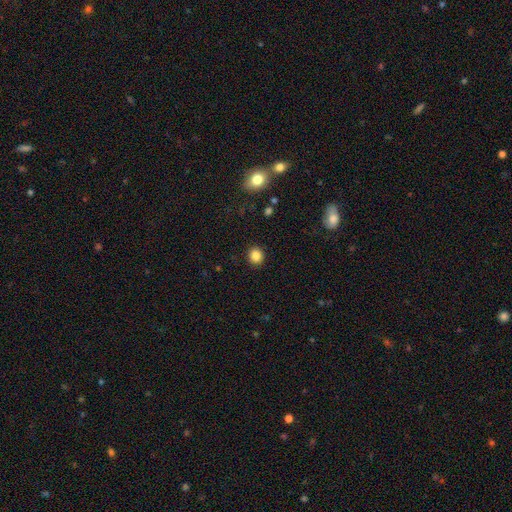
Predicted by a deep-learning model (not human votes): Smooth or featured? Predicted: smooth (p=0.85). How rounded? Predicted: round (p=0.85). Merging? Predicted: none (p=0.91).